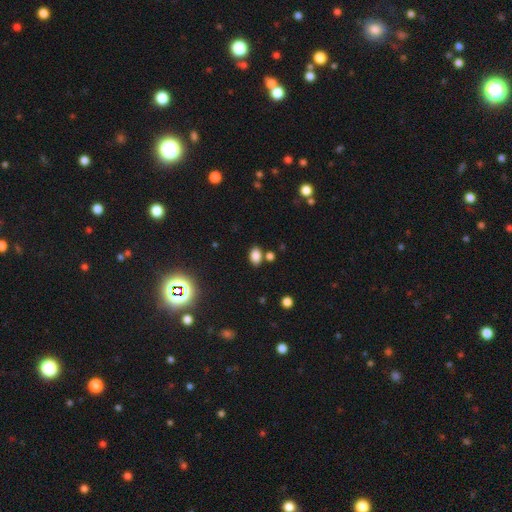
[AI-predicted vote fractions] The model was most divided on "merging": none: 74%, minor disturbance: 11%, merger: 11%, major disturbance: 3%. More confident: how rounded — in between (84%); smooth or featured — smooth (82%).